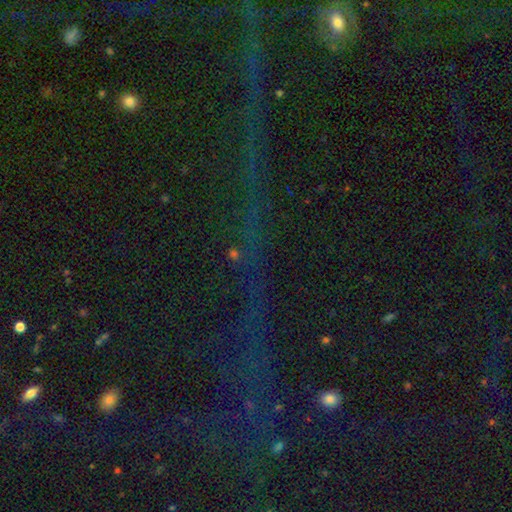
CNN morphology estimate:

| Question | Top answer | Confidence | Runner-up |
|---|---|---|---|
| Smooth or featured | star or artifact | 72% | featured or disk (15%) |